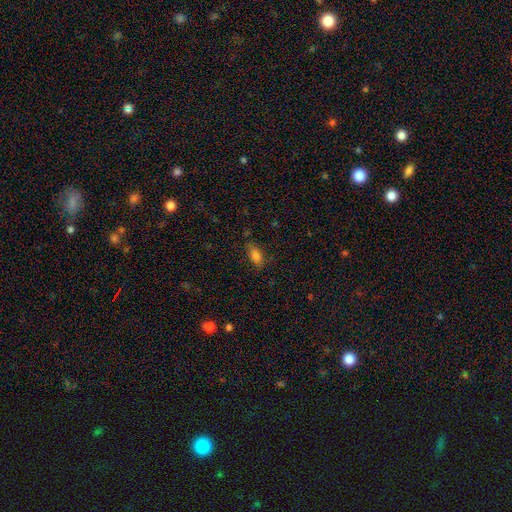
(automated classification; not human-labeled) Q: Smooth or featured?
A: smooth (81%); runner-up: star or artifact (11%)
Q: How rounded?
A: in between (85%); runner-up: cigar-shaped (10%)
Q: Merging?
A: none (75%); runner-up: minor disturbance (18%)